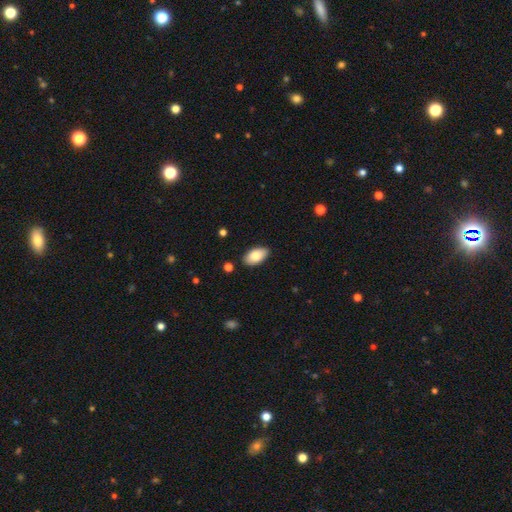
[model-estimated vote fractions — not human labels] smooth 81%, featured or disk 12%, star or artifact 7%. Down the decision tree: how rounded — in between (95%); merging — none (86%).